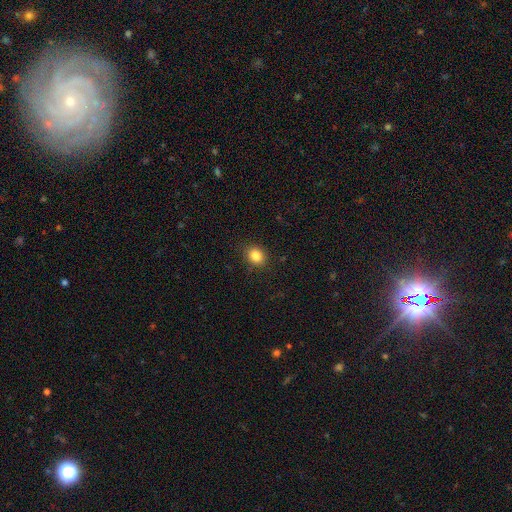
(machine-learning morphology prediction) The model was most divided on "how rounded": round: 56%, in between: 43%, cigar-shaped: 1%. More confident: merging — none (88%); smooth or featured — smooth (85%).